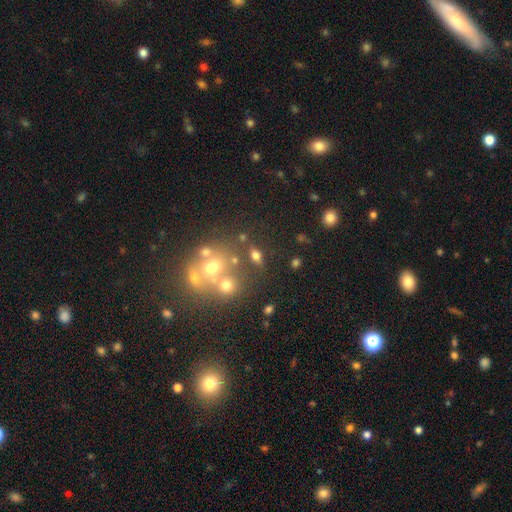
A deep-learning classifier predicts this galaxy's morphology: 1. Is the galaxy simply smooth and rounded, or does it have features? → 64% smooth, 19% featured or disk, 17% star or artifact.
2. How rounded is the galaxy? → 65% in between, 29% round, 6% cigar-shaped.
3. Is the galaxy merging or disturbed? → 62% none, 18% merger, 13% minor disturbance, 7% major disturbance.